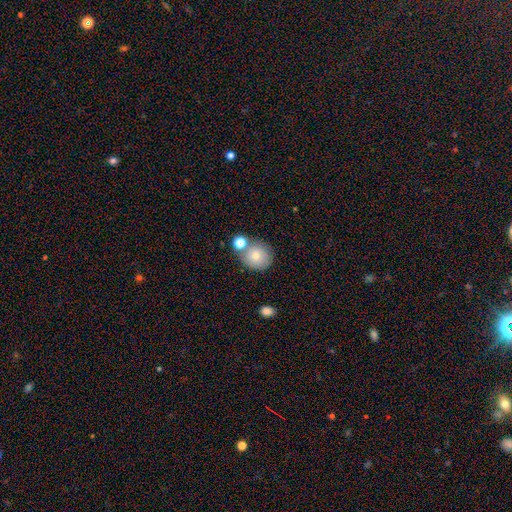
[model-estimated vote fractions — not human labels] smooth-or-featured: smooth: 76% | featured or disk: 14% | star or artifact: 10%
  how-rounded: round: 85% | in between: 14% | cigar-shaped: 1%
  merging: none: 64% | merger: 20% | minor disturbance: 12% | major disturbance: 4%